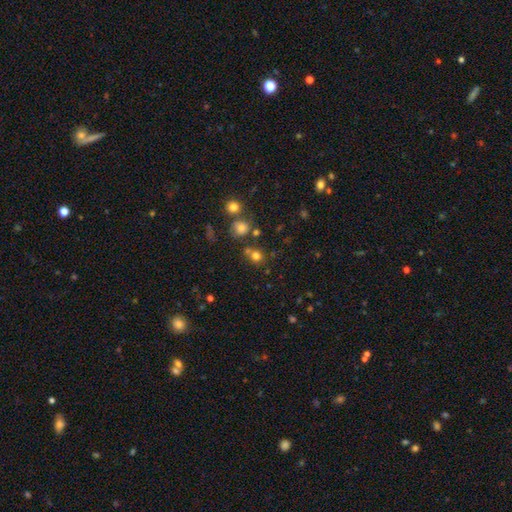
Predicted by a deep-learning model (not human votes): Smooth or featured? smooth (74%)
How rounded? round (83%)
Merging? none (68%)